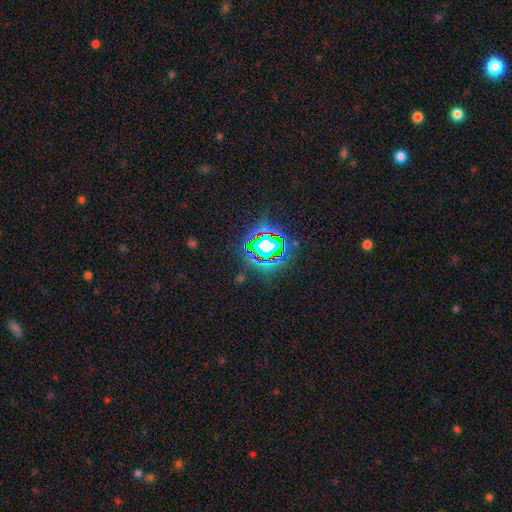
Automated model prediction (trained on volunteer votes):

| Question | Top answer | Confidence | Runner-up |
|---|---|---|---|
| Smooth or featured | star or artifact | 80% | smooth (12%) |